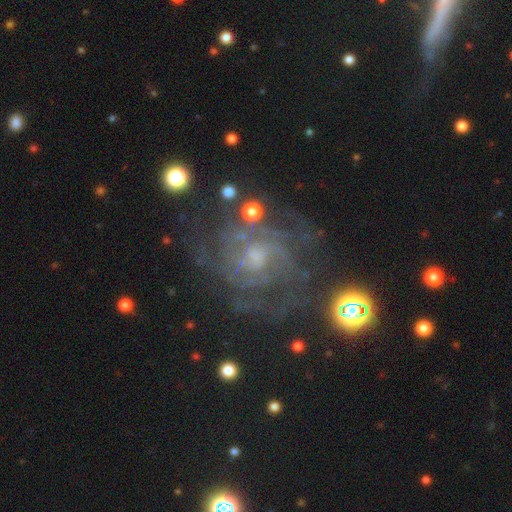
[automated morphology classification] Overall: featured or disk (78%). Edge-on disk: no (97%). Bar: no (63%; weak 31%). Spiral arms: yes (91%). Spiral arm count: can't tell (43%; 2 16%). Spiral winding: tight (59%; medium 32%). Bulge size: small (52%; moderate 32%). Merging: none (70%).